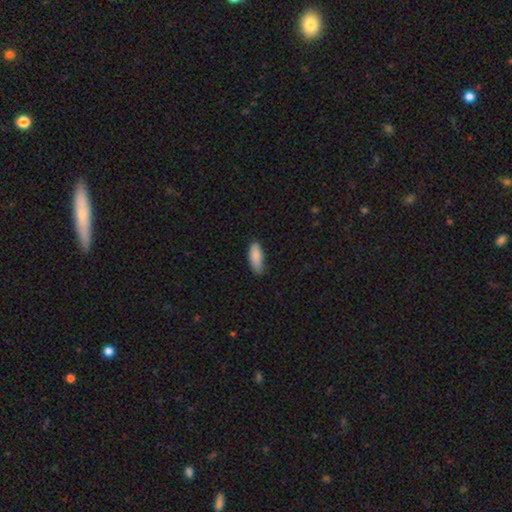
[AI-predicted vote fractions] Morphology: type=smooth (87%); roundness=in between (70%); merging=none (72%).